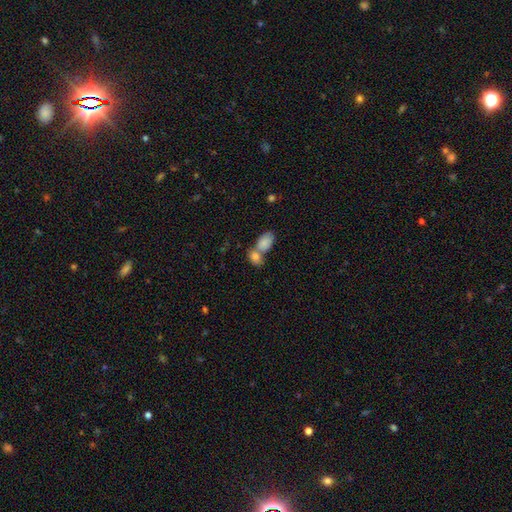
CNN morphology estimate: Q: Smooth or featured?
A: smooth (77%); runner-up: featured or disk (12%)
Q: How rounded?
A: in between (79%); runner-up: round (18%)
Q: Merging?
A: merger (59%); runner-up: none (29%)